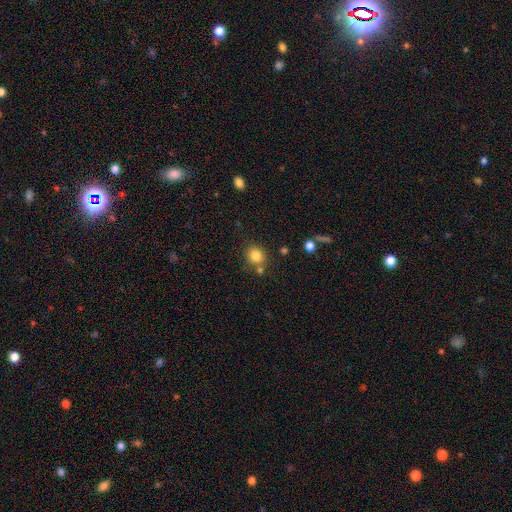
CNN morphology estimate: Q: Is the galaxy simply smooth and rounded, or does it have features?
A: smooth — 82%.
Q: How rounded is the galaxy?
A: round — 78%.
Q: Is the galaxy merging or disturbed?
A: none — 72%.